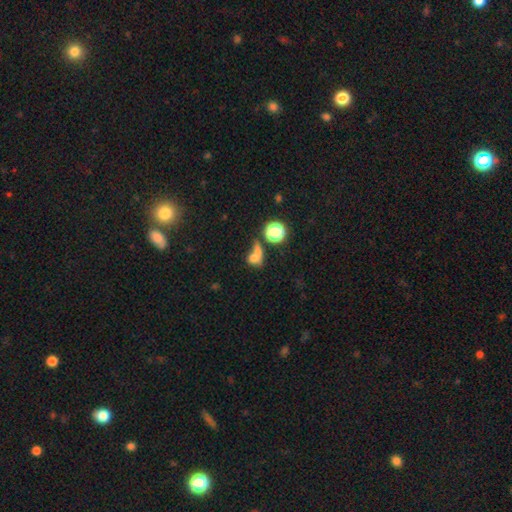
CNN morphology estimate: Overall: smooth (63%). How rounded: round (53%; in between 42%). Merging: merger (47%; none 27%).